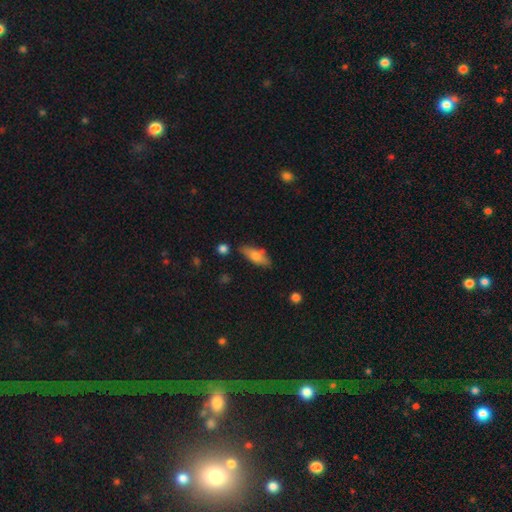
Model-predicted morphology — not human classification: Smooth or featured: smooth — 68% (featured or disk — 25%)
How rounded: in between — 63% (cigar-shaped — 34%)
Merging: none — 71% (minor disturbance — 19%)